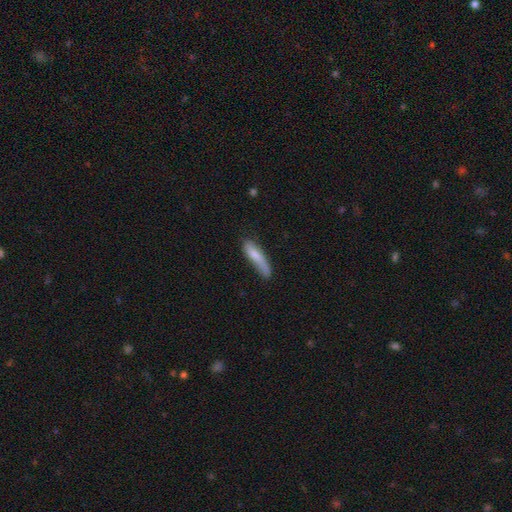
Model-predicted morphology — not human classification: Smooth or featured?
  - smooth: 70% *
  - featured or disk: 24%
  - star or artifact: 6%
How rounded?
  - cigar-shaped: 69% *
  - in between: 29%
  - round: 2%
Merging?
  - none: 50% *
  - minor disturbance: 34%
  - major disturbance: 12%
  - merger: 4%